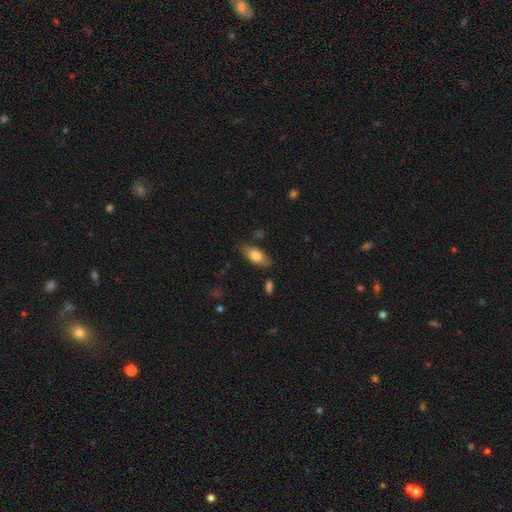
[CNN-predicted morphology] Q: Smooth or featured?
A: smooth (73%); runner-up: featured or disk (20%)
Q: How rounded?
A: in between (80%); runner-up: cigar-shaped (16%)
Q: Merging?
A: none (79%); runner-up: minor disturbance (15%)